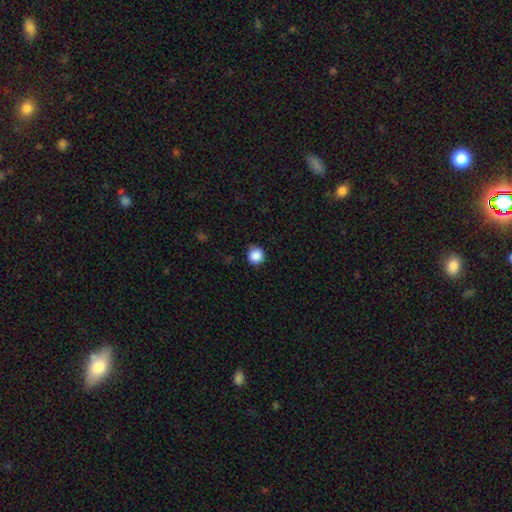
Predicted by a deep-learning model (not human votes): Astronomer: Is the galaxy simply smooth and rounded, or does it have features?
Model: smooth — 88%.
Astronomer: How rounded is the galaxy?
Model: round — 94%.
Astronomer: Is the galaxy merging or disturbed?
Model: none — 87%.